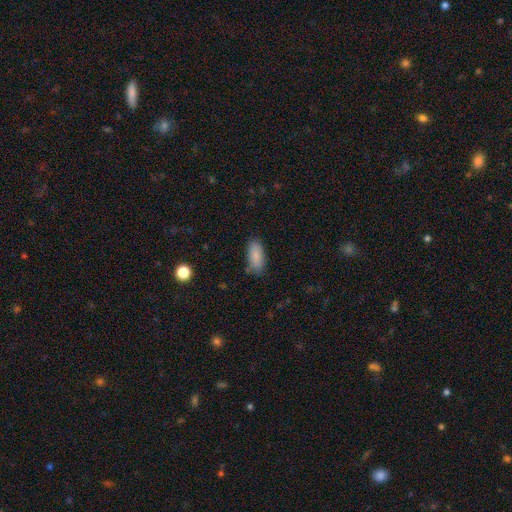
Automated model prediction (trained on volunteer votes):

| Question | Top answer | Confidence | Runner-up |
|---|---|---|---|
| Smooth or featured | smooth | 87% | star or artifact (7%) |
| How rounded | in between | 87% | cigar-shaped (11%) |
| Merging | none | 78% | minor disturbance (17%) |